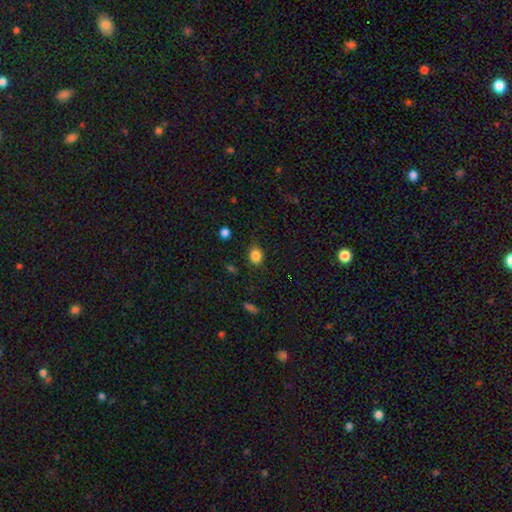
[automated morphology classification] The model was most divided on "how rounded": round: 54%, in between: 45%, cigar-shaped: 1%. More confident: smooth or featured — smooth (84%); merging — none (82%).